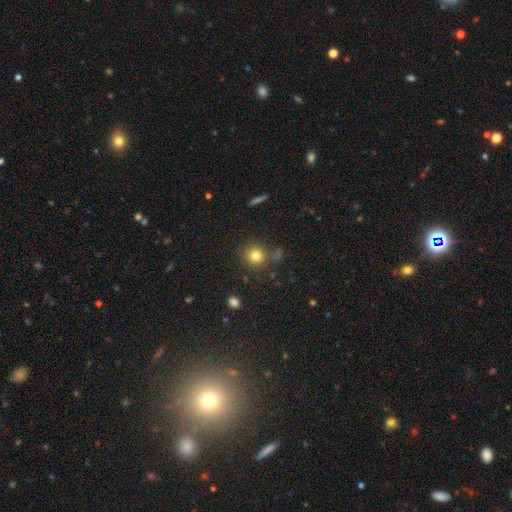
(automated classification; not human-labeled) Q: Smooth or featured?
A: smooth (79%); runner-up: star or artifact (13%)
Q: How rounded?
A: round (91%); runner-up: in between (8%)
Q: Merging?
A: none (80%); runner-up: minor disturbance (10%)